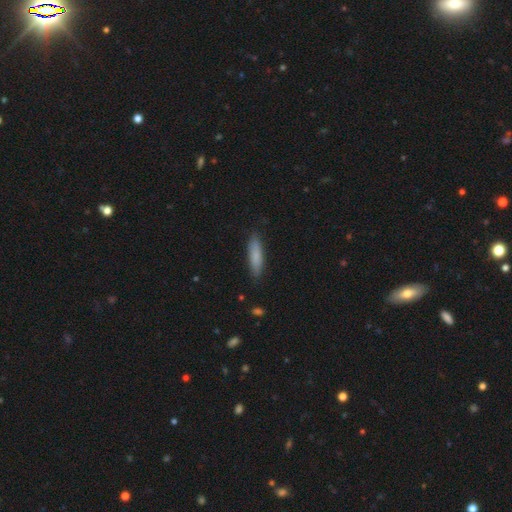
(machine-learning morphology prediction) smooth-or-featured: smooth: 82% | featured or disk: 12% | star or artifact: 6%
  how-rounded: cigar-shaped: 77% | in between: 21% | round: 1%
  merging: none: 87% | minor disturbance: 10% | major disturbance: 2% | merger: 1%